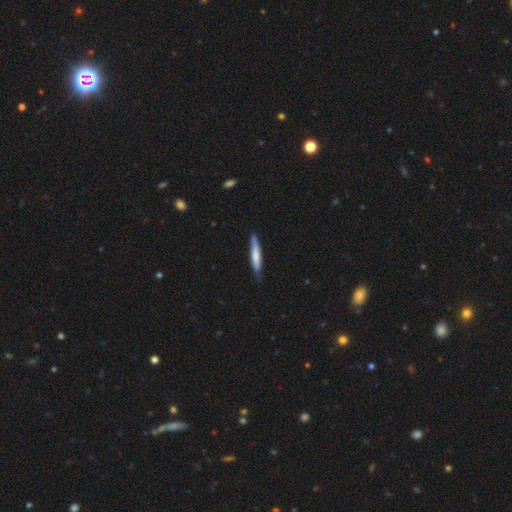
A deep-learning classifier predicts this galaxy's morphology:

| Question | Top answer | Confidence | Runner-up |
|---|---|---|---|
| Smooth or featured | smooth | 65% | featured or disk (30%) |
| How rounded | cigar-shaped | 92% | in between (7%) |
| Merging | none | 74% | minor disturbance (22%) |